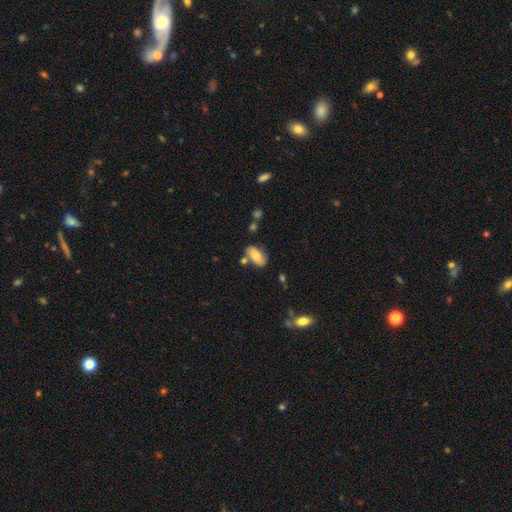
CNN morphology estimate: Smooth or featured? smooth (72%)
How rounded? in between (92%)
Merging? none (66%)